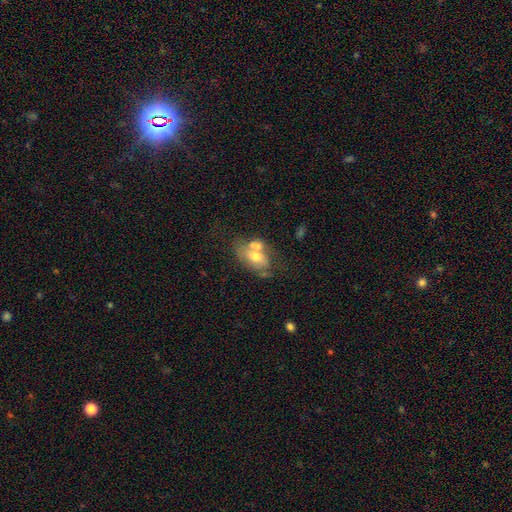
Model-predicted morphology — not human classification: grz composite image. It shows a smooth galaxy with no disk features (52%) that is in between round and cigar-shaped (84%). Merging: merger (42%).